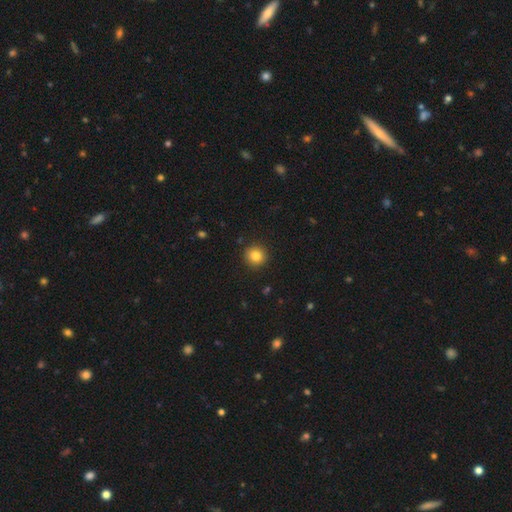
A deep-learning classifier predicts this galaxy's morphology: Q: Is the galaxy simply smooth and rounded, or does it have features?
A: smooth — 84%.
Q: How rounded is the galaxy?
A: round — 91%.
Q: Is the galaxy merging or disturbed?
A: none — 91%.